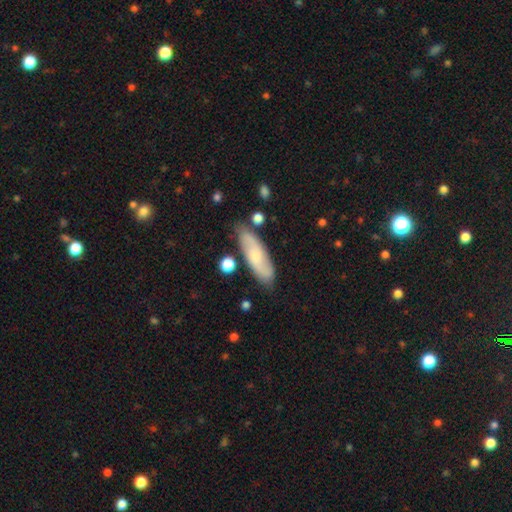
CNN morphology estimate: This is possibly a smooth galaxy (59%). How rounded: possibly in between (49%). Merging: likely none (79%).